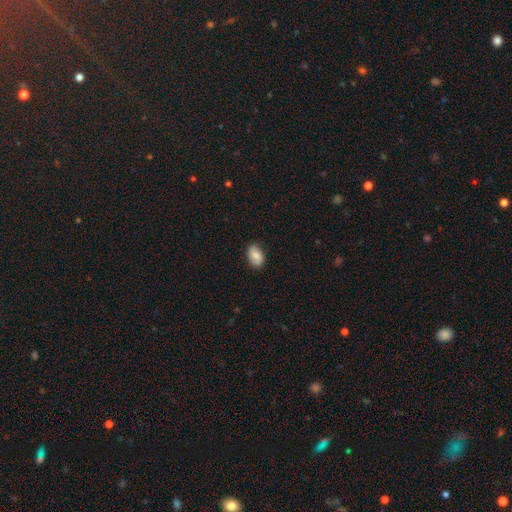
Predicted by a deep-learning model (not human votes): This is likely a smooth galaxy (74%). How rounded: clearly in between (87%). Merging: clearly none (83%).